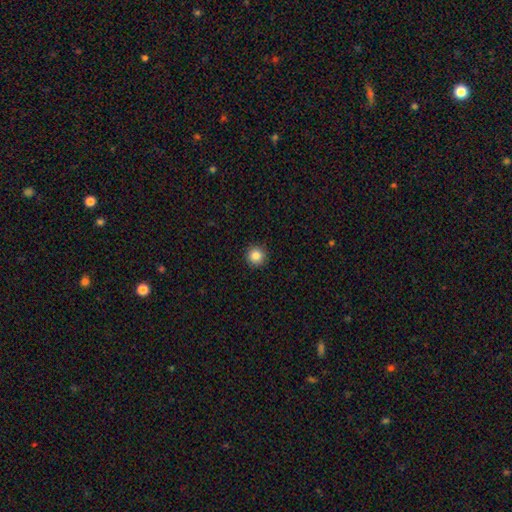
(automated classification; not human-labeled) This appears to be a smooth galaxy with no disk features (84%) that is round (96%). Merging: none (93%).